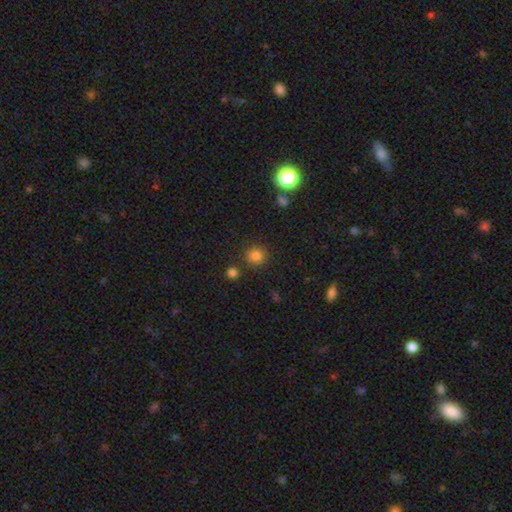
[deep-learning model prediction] This appears to be a smooth galaxy with no disk features (81%) that is round (90%). Merging: none (82%).